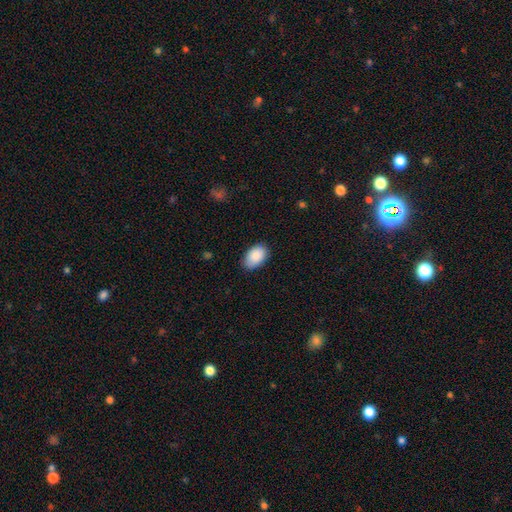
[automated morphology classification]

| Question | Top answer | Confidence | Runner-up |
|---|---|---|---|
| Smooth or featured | smooth | 89% | star or artifact (6%) |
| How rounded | in between | 91% | round (8%) |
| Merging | none | 83% | minor disturbance (14%) |